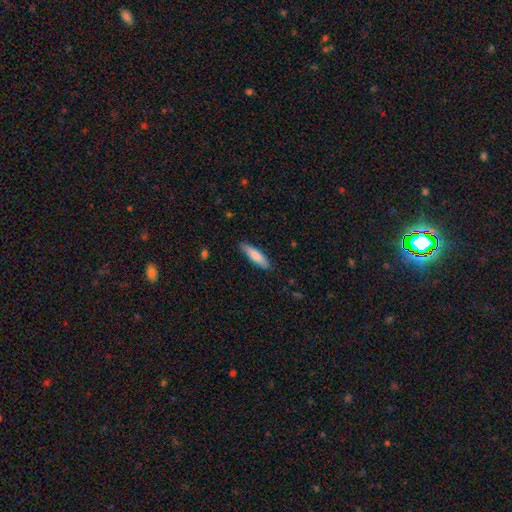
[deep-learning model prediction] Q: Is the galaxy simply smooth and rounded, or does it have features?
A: smooth — 80%.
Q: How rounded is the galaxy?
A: cigar-shaped — 69%.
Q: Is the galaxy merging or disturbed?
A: none — 87%.